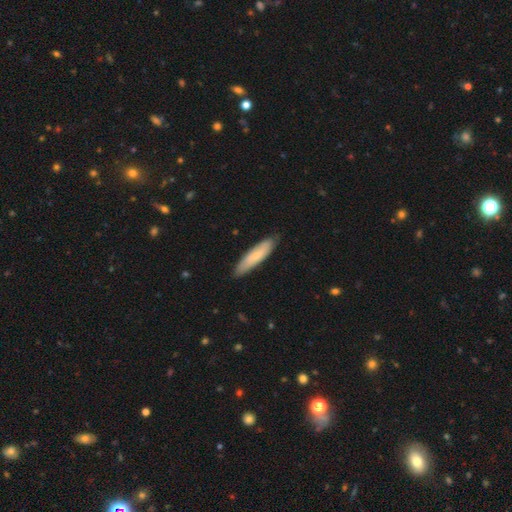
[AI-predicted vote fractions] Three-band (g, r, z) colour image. It shows a smooth galaxy with no disk features (68%) that is cigar-shaped (74%). Merging: none (83%).